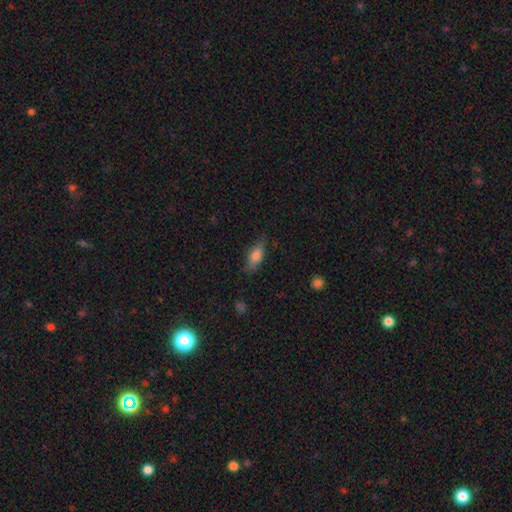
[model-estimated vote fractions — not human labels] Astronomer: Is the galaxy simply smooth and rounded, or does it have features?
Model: smooth — 74%.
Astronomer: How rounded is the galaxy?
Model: in between — 74%.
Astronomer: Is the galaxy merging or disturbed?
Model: none — 77%.